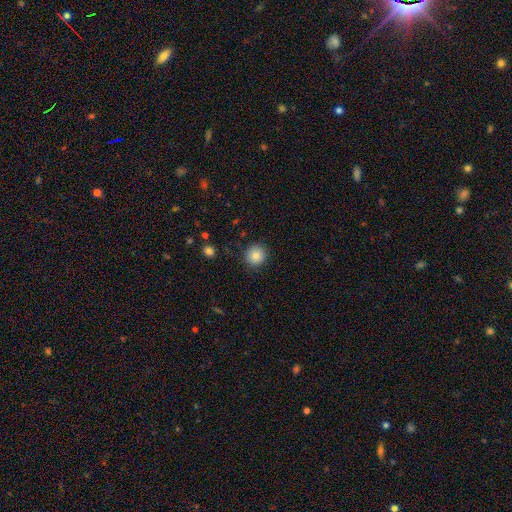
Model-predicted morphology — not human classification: Smooth or featured? Predicted: smooth (p=0.84). How rounded? Predicted: round (p=0.91). Merging? Predicted: none (p=0.88).